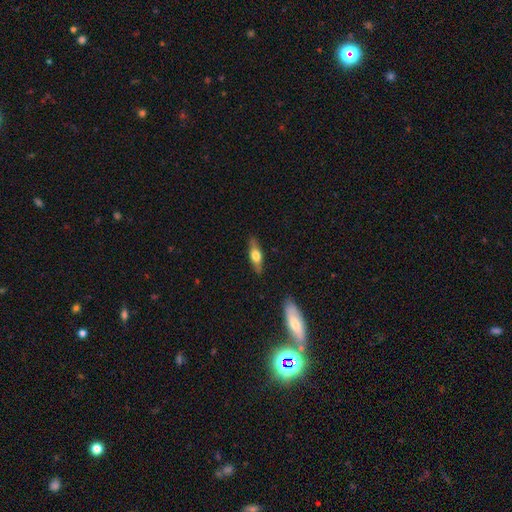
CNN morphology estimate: Q: Smooth or featured?
A: smooth (49%); runner-up: featured or disk (45%)
Q: Merging?
A: none (86%); runner-up: minor disturbance (10%)